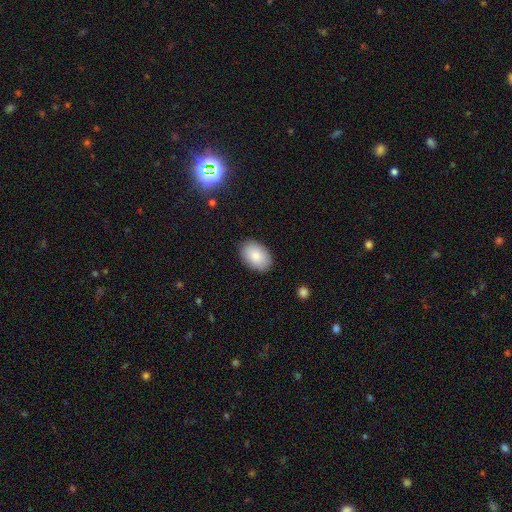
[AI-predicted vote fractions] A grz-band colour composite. It shows a smooth galaxy with no disk features (87%) that is in between round and cigar-shaped (88%). Merging: none (88%).